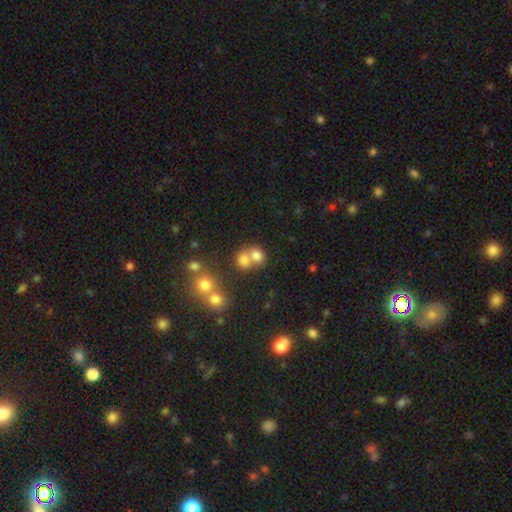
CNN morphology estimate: This is likely a smooth galaxy (73%). How rounded: likely round (69%). Merging: possibly merger (54%).